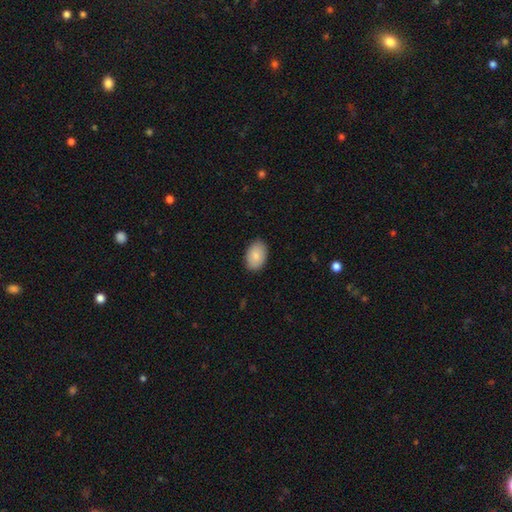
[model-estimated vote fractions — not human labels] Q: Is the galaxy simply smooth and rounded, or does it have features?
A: smooth — 86%.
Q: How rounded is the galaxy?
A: in between — 87%.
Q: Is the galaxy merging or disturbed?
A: none — 88%.